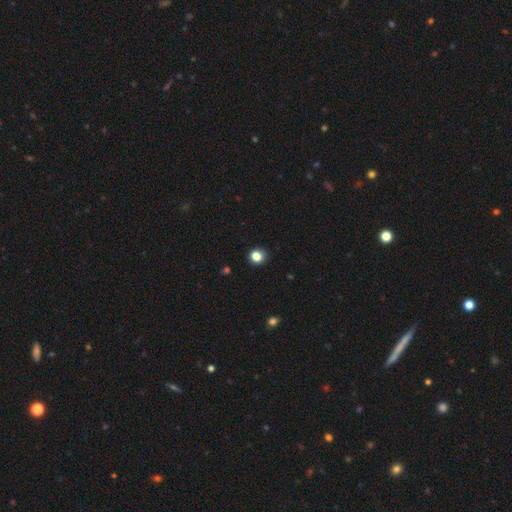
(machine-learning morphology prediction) smooth 82%, star or artifact 13%, featured or disk 5%. Down the decision tree: how rounded — round (86%); merging — none (90%).